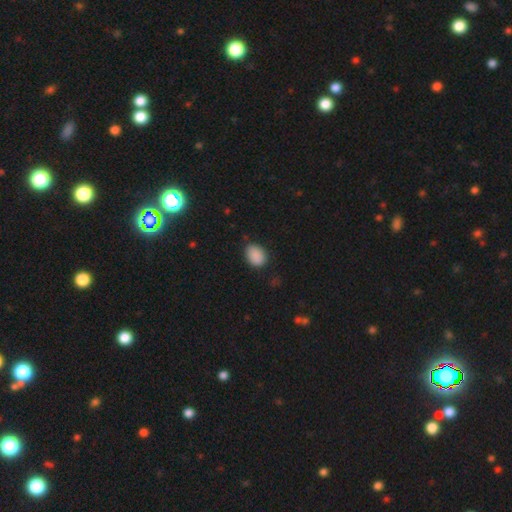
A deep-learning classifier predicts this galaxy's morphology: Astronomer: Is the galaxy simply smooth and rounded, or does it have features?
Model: smooth — 88%.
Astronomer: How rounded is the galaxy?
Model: in between — 71%.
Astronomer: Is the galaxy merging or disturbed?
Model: none — 78%.